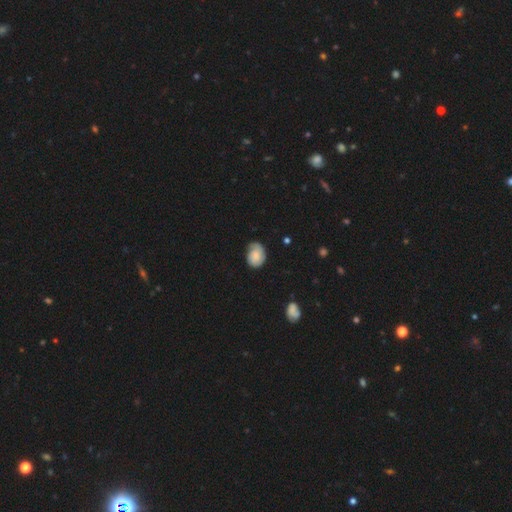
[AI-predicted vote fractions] Overall: smooth (59%; featured or disk 34%). How rounded: in between (58%; round 41%). Merging: none (55%; minor disturbance 32%).